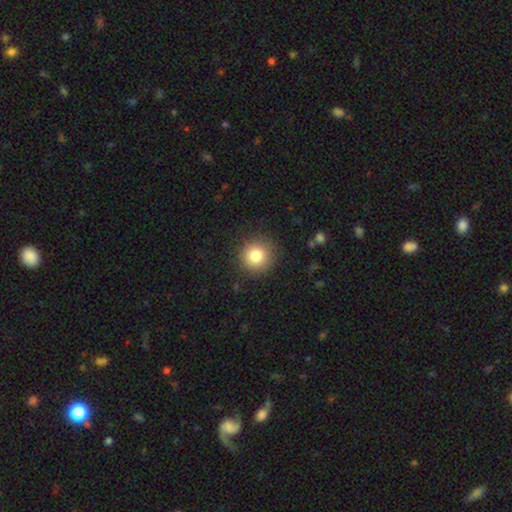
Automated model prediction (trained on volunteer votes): A smooth galaxy with no disk features (82%) that is round (94%). Merging: none (90%).